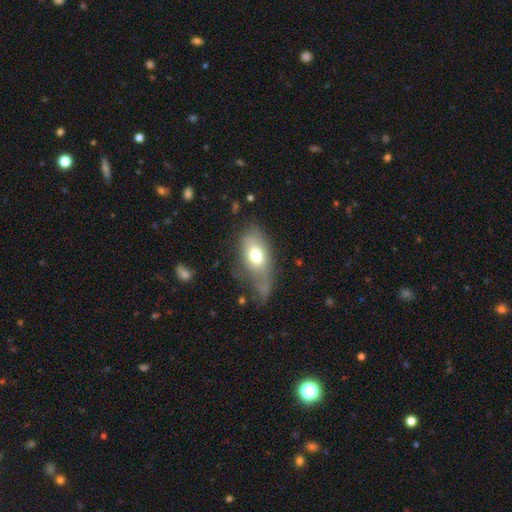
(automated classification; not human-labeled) A smooth galaxy with no disk features (66%) that is in between round and cigar-shaped (86%). Merging: none (33%).